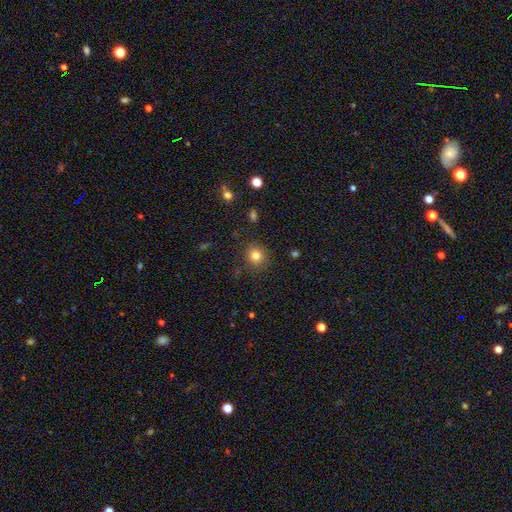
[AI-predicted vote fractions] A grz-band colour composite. It shows a smooth galaxy with no disk features (81%) that is round (86%). Merging: none (87%).